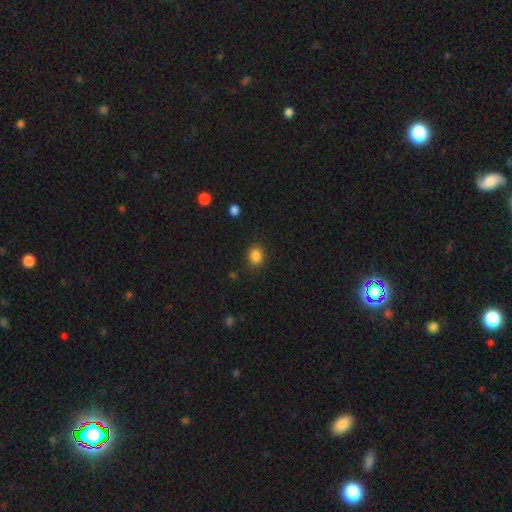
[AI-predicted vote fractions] smooth_or_featured: smooth (p=0.86) [alt: star or artifact p=0.10]
how_rounded: round (p=0.56) [alt: in between p=0.43]
merging: none (p=0.85) [alt: minor disturbance p=0.11]